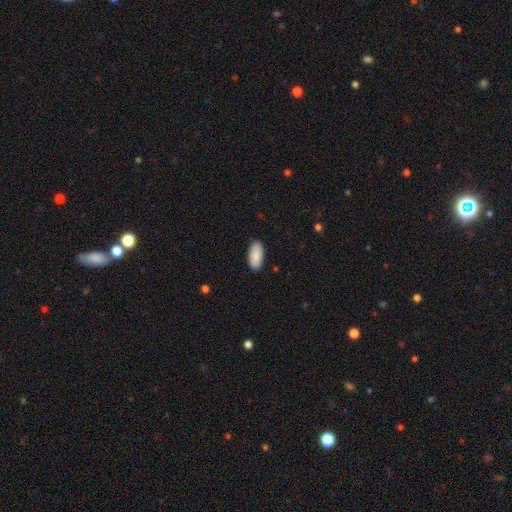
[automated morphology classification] Smooth or featured? Predicted: smooth (p=0.90). How rounded? Predicted: in between (p=0.92). Merging? Predicted: none (p=0.88).